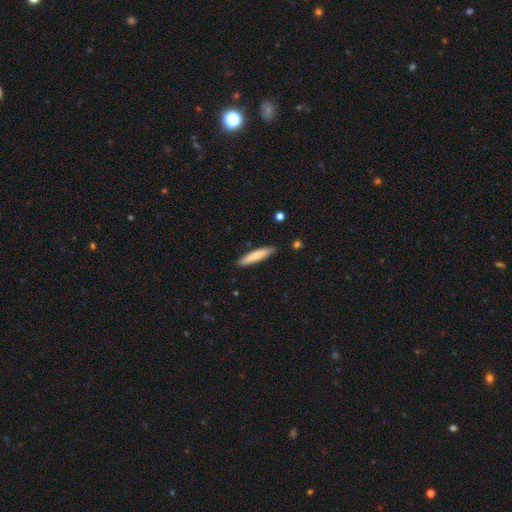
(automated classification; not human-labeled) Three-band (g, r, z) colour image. It shows a smooth galaxy with no disk features (77%) that is cigar-shaped (86%). Merging: none (88%).